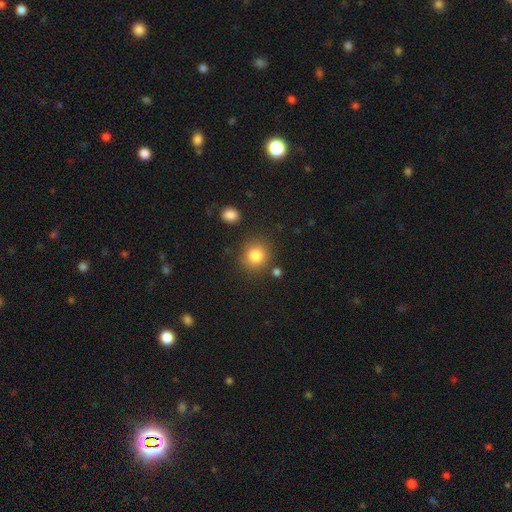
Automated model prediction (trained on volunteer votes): smooth-or-featured: smooth: 83% | star or artifact: 11% | featured or disk: 6%
  how-rounded: round: 89% | in between: 10% | cigar-shaped: 1%
  merging: none: 83% | minor disturbance: 9% | merger: 5% | major disturbance: 3%